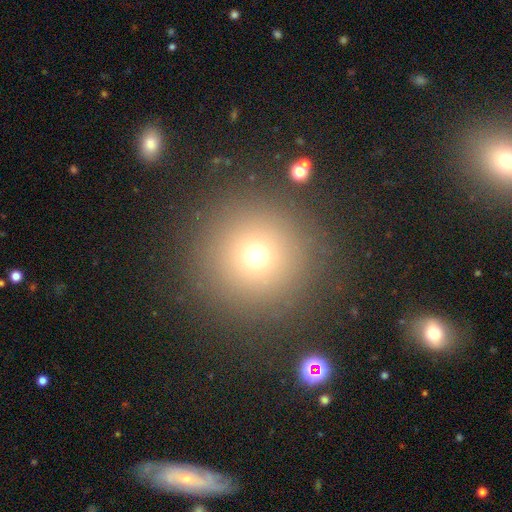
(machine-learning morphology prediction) Smooth or featured: smooth — 69% (star or artifact — 21%)
How rounded: round — 96% (in between — 3%)
Merging: none — 88% (minor disturbance — 6%)